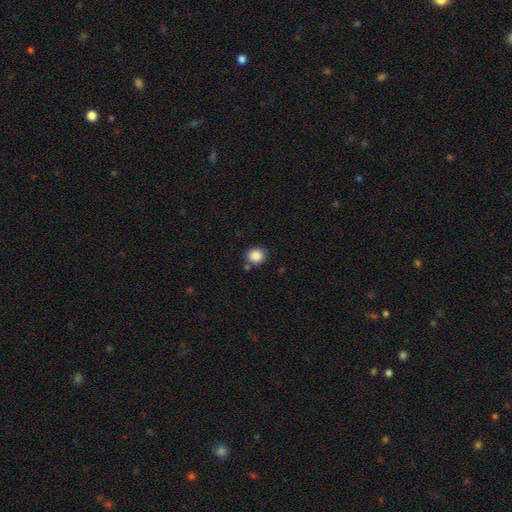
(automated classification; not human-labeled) A smooth galaxy with no disk features (87%) that is round (79%). Merging: none (79%).